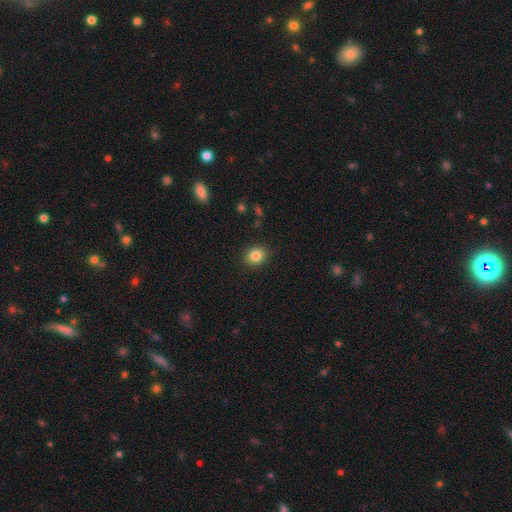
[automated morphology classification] Smooth or featured: smooth — 84% (star or artifact — 10%)
How rounded: round — 67% (in between — 32%)
Merging: none — 90% (minor disturbance — 7%)